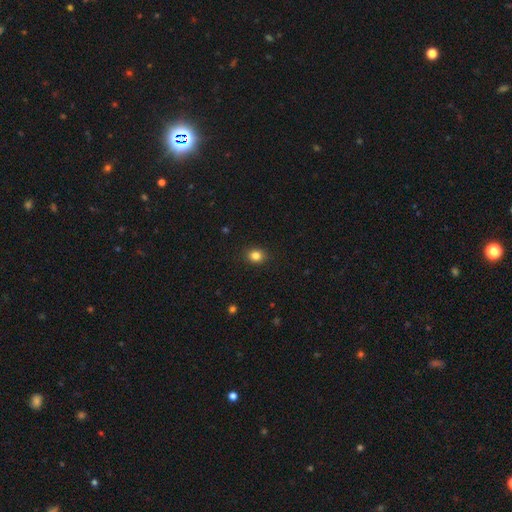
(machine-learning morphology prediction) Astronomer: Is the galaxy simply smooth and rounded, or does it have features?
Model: smooth — 84%.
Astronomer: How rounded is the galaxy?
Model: round — 65%.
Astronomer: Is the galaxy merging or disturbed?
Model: none — 90%.